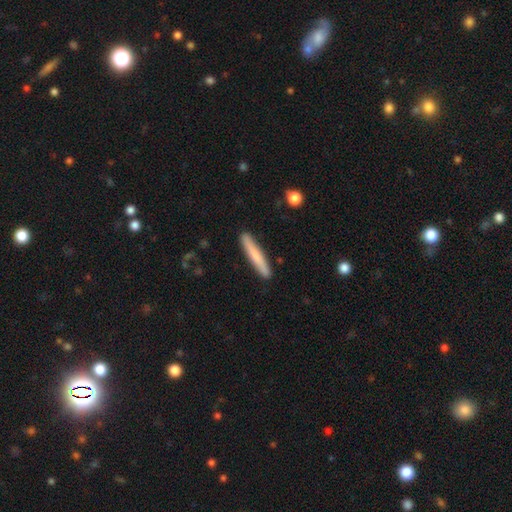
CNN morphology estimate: smooth 73%, featured or disk 21%, star or artifact 5%. Down the decision tree: how rounded — cigar-shaped (94%); merging — none (89%).